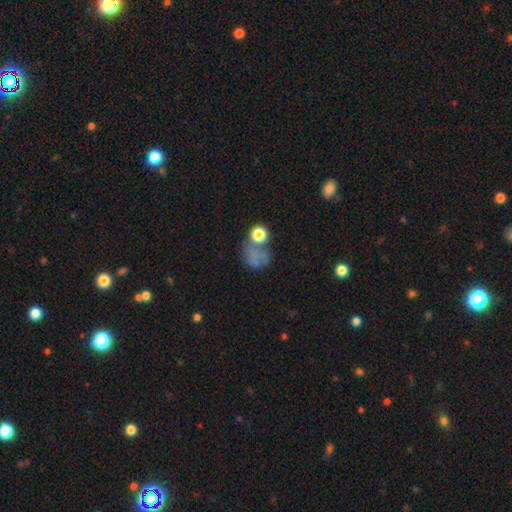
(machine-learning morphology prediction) smooth-or-featured: smooth: 61% | star or artifact: 21% | featured or disk: 18%
  how-rounded: round: 63% | in between: 35% | cigar-shaped: 1%
  merging: none: 36% | major disturbance: 25% | merger: 22% | minor disturbance: 17%